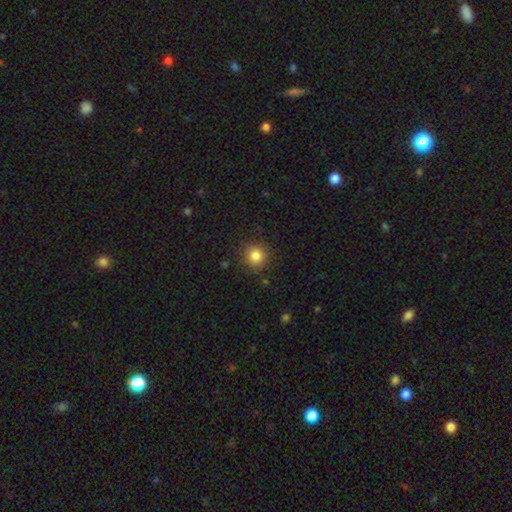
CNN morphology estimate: A smooth galaxy with no disk features (83%) that is round (93%).

Vote fractions:
- Smooth or featured? smooth: 83% / star or artifact: 11% / featured or disk: 6%
- How rounded? round: 93% / in between: 6% / cigar-shaped: 1%
- Merging? none: 87% / minor disturbance: 9% / major disturbance: 3% / merger: 1%